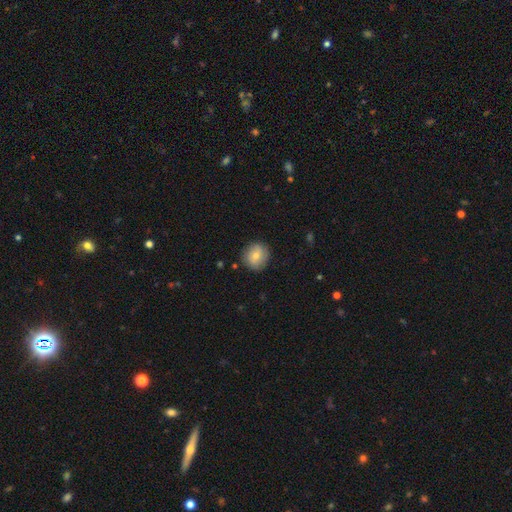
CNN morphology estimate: This appears to be a smooth galaxy with no disk features (71%) that is round (86%). Merging: none (85%).